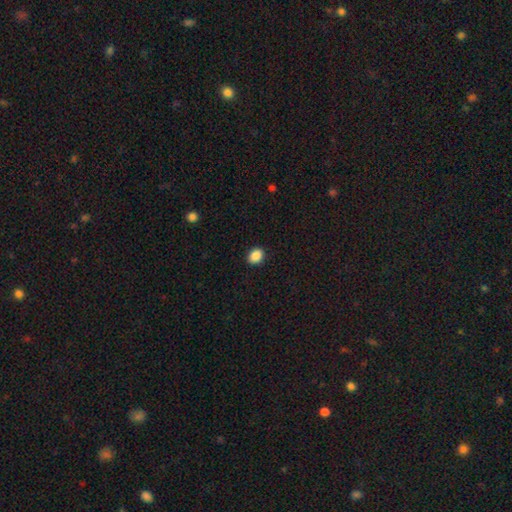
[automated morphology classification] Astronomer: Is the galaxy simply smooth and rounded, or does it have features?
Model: smooth — 88%.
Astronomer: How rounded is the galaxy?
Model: in between — 50% (runner-up: round, 49%).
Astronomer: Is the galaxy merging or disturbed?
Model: none — 91%.